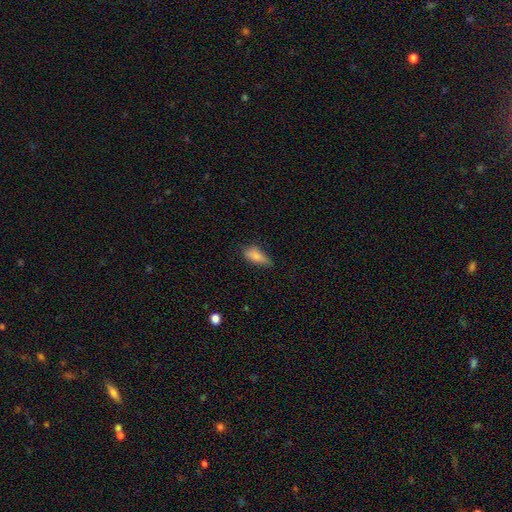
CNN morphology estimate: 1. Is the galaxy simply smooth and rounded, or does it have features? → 80% smooth, 12% featured or disk, 8% star or artifact.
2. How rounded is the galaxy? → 79% in between, 17% cigar-shaped, 3% round.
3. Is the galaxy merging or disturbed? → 56% none, 34% minor disturbance, 8% major disturbance, 2% merger.